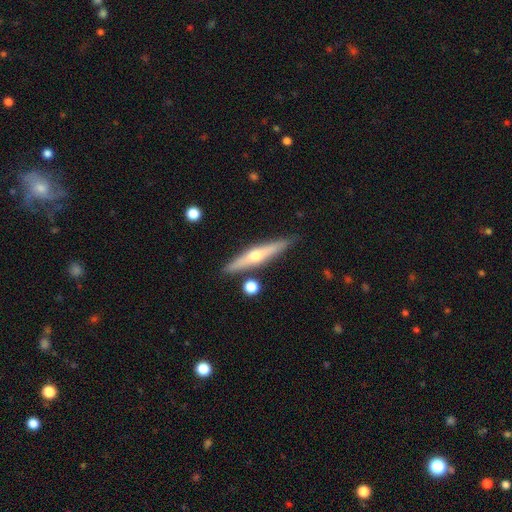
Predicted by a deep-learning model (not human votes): Smooth or featured? featured or disk (64%)
Edge-on disk? yes (95%)
Edge-on bulge? rounded (91%)
Merging? none (85%)